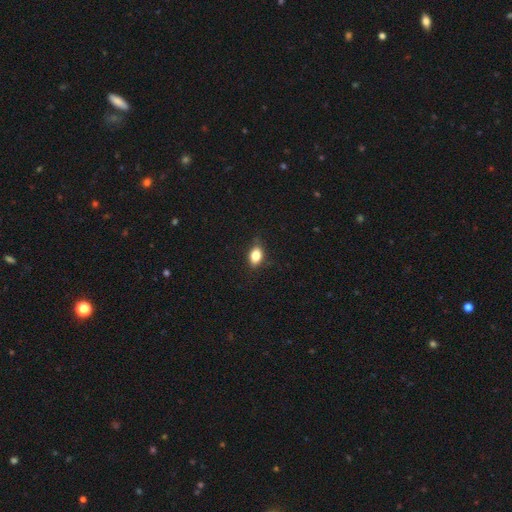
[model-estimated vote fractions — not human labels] smooth_or_featured: smooth (p=0.83) [alt: star or artifact p=0.08]
how_rounded: in between (p=0.86) [alt: round p=0.11]
merging: none (p=0.83) [alt: minor disturbance p=0.14]